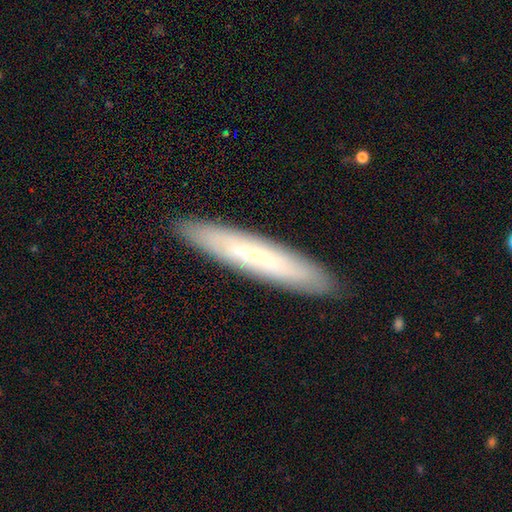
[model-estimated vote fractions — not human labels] Q: Smooth or featured?
A: smooth (52%); runner-up: featured or disk (41%)
Q: How rounded?
A: cigar-shaped (91%); runner-up: in between (8%)
Q: Merging?
A: none (90%); runner-up: minor disturbance (7%)